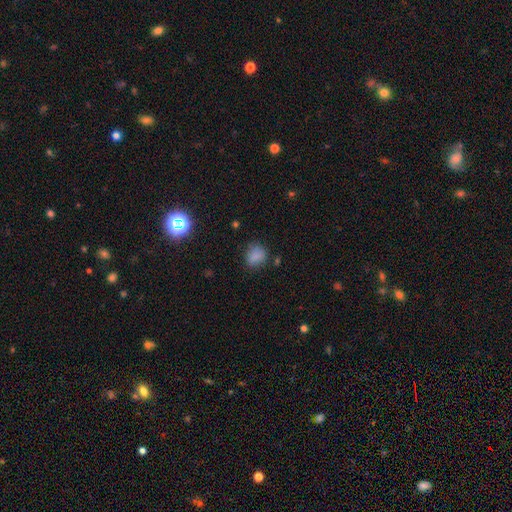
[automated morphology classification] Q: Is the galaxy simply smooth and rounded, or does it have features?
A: smooth — 81%.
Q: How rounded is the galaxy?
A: round — 57%.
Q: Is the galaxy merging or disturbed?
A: none — 71%.